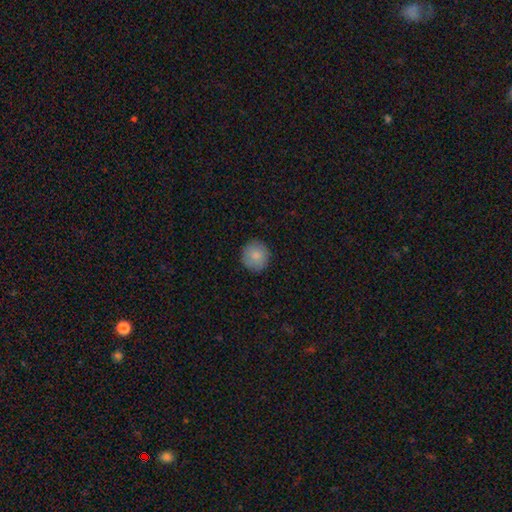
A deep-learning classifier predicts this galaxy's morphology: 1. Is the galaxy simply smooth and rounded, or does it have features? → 86% smooth, 7% star or artifact, 7% featured or disk.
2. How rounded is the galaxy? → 93% round, 6% in between, 1% cigar-shaped.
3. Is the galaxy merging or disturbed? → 89% none, 8% minor disturbance, 2% major disturbance, 1% merger.